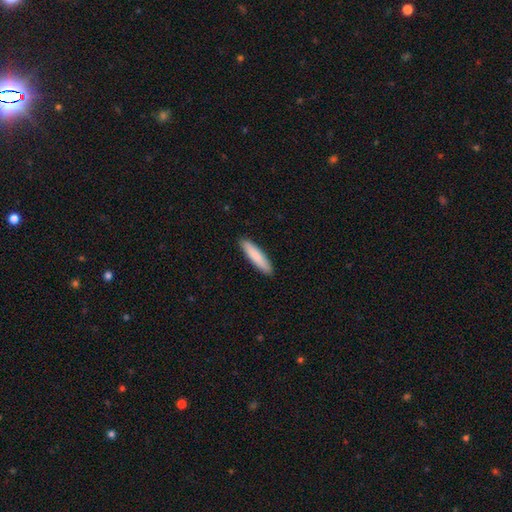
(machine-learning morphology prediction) smooth 86%, featured or disk 9%, star or artifact 5%. Down the decision tree: how rounded — cigar-shaped (83%); merging — none (91%).